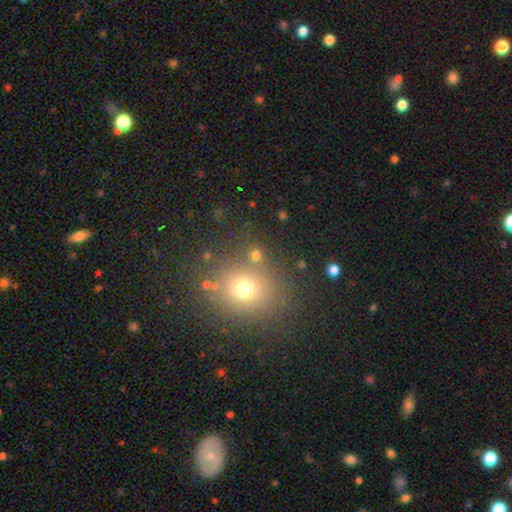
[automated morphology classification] smooth_or_featured: smooth (p=0.71) [alt: star or artifact p=0.21]
how_rounded: round (p=0.84) [alt: in between p=0.15]
merging: none (p=0.76) [alt: merger p=0.11]